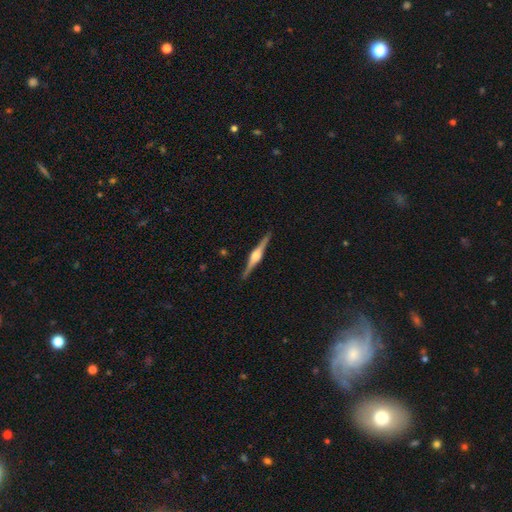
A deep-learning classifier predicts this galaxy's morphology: Smooth or featured? Predicted: featured or disk (p=0.84). Edge-on disk? Predicted: yes (p=0.98). Edge-on bulge? Predicted: rounded (p=0.85). Merging? Predicted: none (p=0.91).